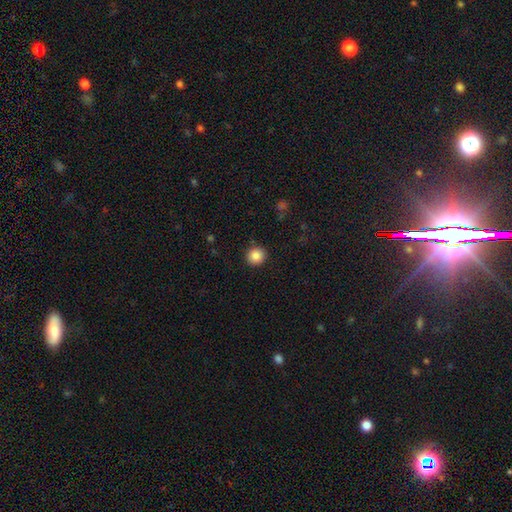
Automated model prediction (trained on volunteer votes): The model was most divided on "smooth or featured": smooth: 86%, star or artifact: 10%, featured or disk: 4%. More confident: how rounded — round (92%); merging — none (91%).